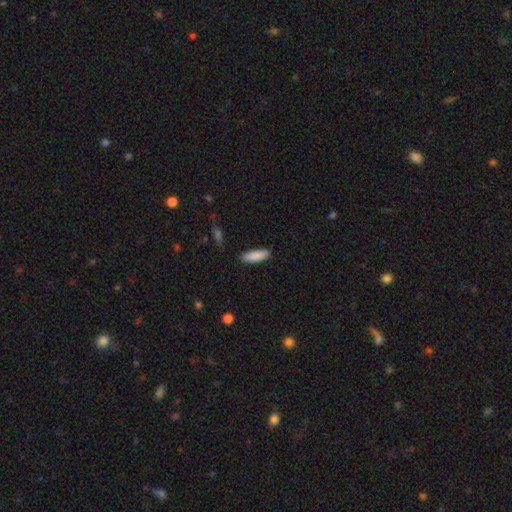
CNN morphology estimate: Overall: smooth (88%). How rounded: in between (53%; cigar-shaped 45%). Merging: none (87%).